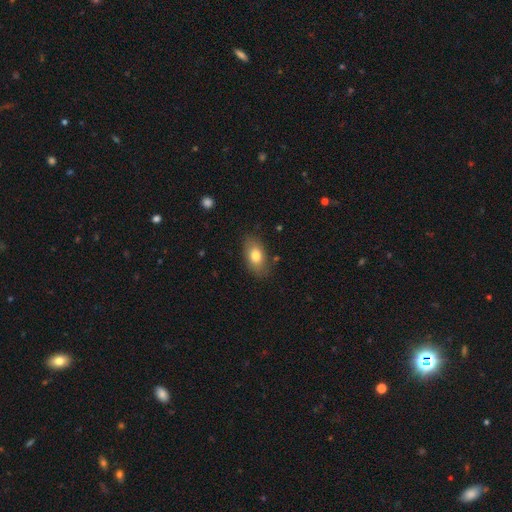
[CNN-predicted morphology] Smooth or featured?
  - smooth: 78% *
  - featured or disk: 14%
  - star or artifact: 8%
How rounded?
  - in between: 88% *
  - round: 9%
  - cigar-shaped: 3%
Merging?
  - none: 81% *
  - minor disturbance: 14%
  - major disturbance: 3%
  - merger: 2%